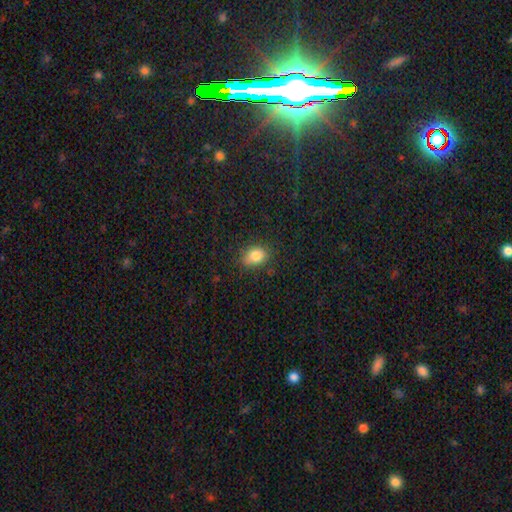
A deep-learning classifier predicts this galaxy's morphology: smooth-or-featured: smooth: 83% | star or artifact: 10% | featured or disk: 7%
  how-rounded: in between: 70% | round: 28% | cigar-shaped: 2%
  merging: none: 79% | minor disturbance: 15% | major disturbance: 4% | merger: 1%